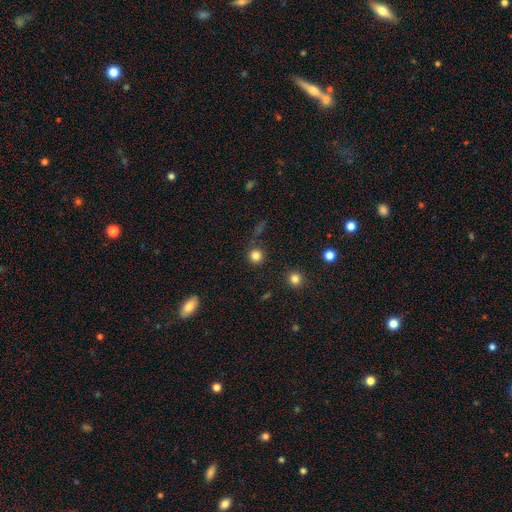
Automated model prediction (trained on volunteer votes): A smooth galaxy with no disk features (82%) that is round (95%). Merging: none (87%).